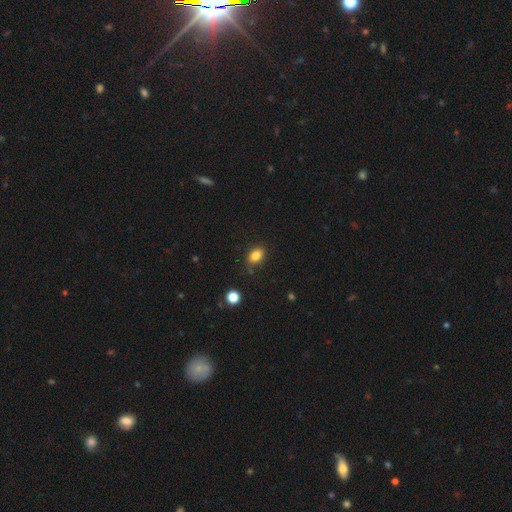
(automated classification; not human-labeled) This appears to be a smooth galaxy with no disk features (84%) that is in between round and cigar-shaped (74%). Merging: none (82%).